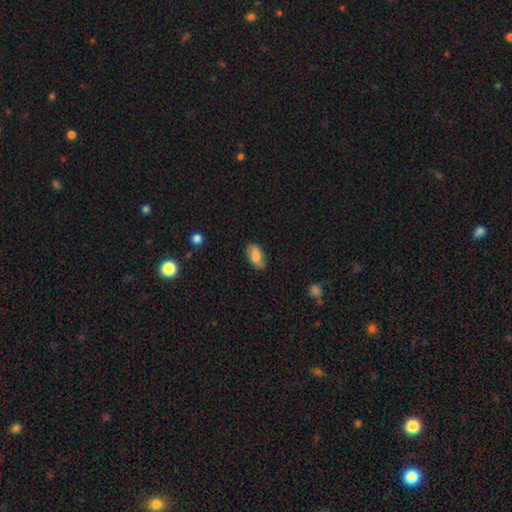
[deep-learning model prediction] Smooth or featured: smooth — 76% (featured or disk — 17%)
How rounded: in between — 92% (round — 5%)
Merging: none — 79% (minor disturbance — 17%)